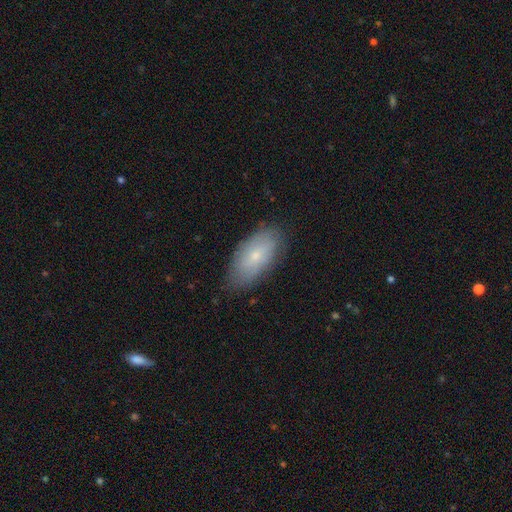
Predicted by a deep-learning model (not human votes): This appears to be a smooth galaxy with no disk features (64%) that is in between round and cigar-shaped (91%). Merging: none (79%).